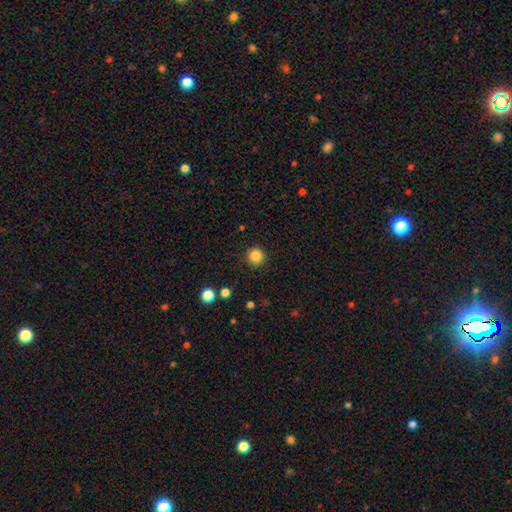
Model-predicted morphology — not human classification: Overall: smooth (85%). How rounded: round (94%). Merging: none (91%).